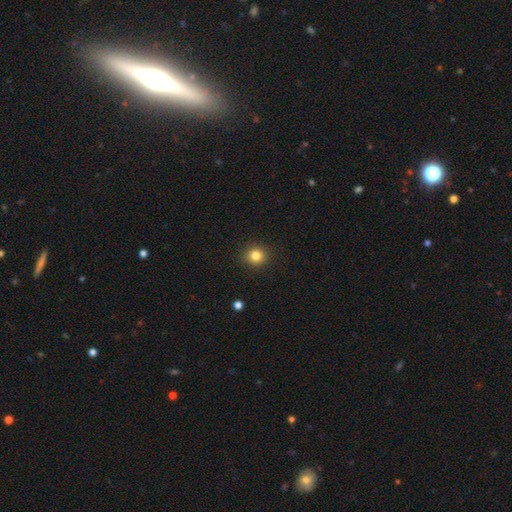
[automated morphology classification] Overall: smooth (83%). How rounded: round (87%). Merging: none (91%).